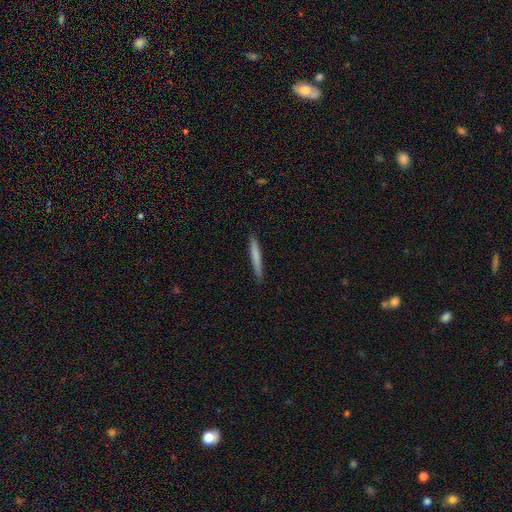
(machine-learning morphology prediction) This is likely a smooth galaxy (71%). How rounded: clearly cigar-shaped (96%). Merging: clearly none (90%).